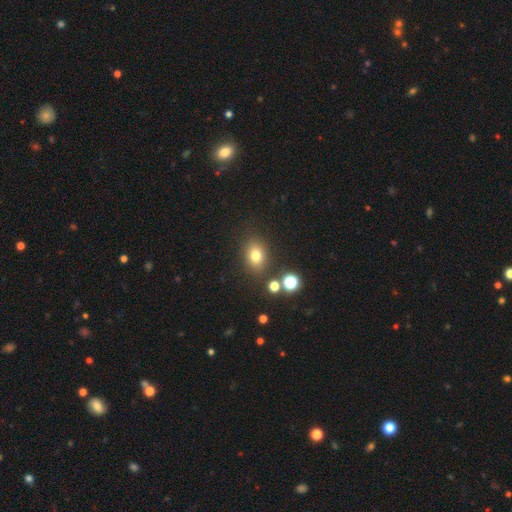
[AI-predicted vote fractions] Q: Smooth or featured?
A: smooth (75%); runner-up: star or artifact (15%)
Q: How rounded?
A: in between (58%); runner-up: round (40%)
Q: Merging?
A: none (80%); runner-up: minor disturbance (11%)